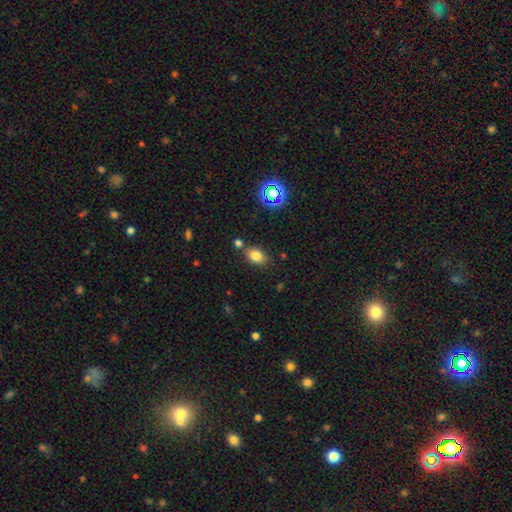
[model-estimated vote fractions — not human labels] Smooth or featured? Predicted: smooth (p=0.78). How rounded? Predicted: in between (p=0.81). Merging? Predicted: none (p=0.74).